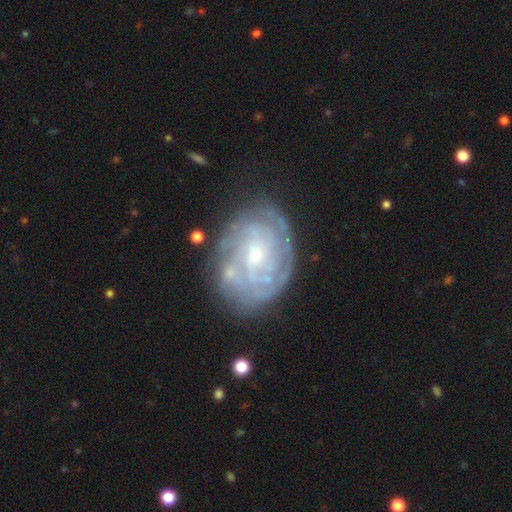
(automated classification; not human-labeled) Smooth or featured: featured or disk — 82% (smooth — 11%)
Edge-on disk: no — 97% (yes — 3%)
Bar: no — 62% (weak — 31%)
Spiral arms: yes — 91% (no — 9%)
Spiral winding: tight — 74% (medium — 21%)
Spiral arm count: can't tell — 43% (2 — 16%)
Bulge size: small — 58% (moderate — 35%)
Merging: none — 73% (minor disturbance — 18%)